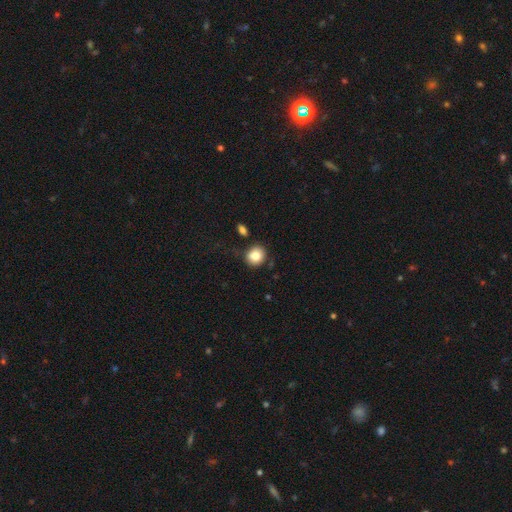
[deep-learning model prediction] This appears to be a smooth galaxy with no disk features (83%) that is round (78%). Merging: none (81%).